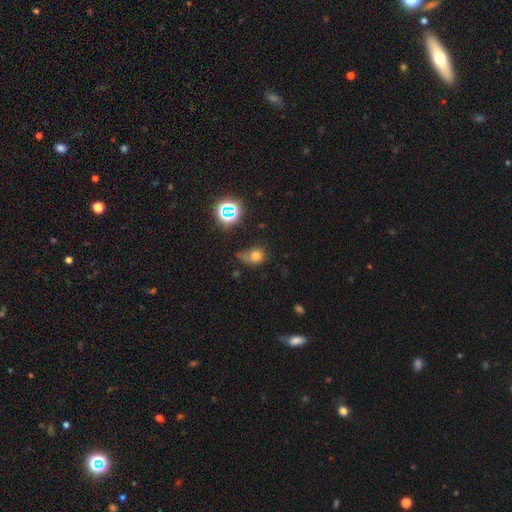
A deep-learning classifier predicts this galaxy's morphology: Q: Smooth or featured?
A: smooth (68%); runner-up: star or artifact (20%)
Q: How rounded?
A: round (70%); runner-up: in between (29%)
Q: Merging?
A: none (39%); runner-up: minor disturbance (30%)